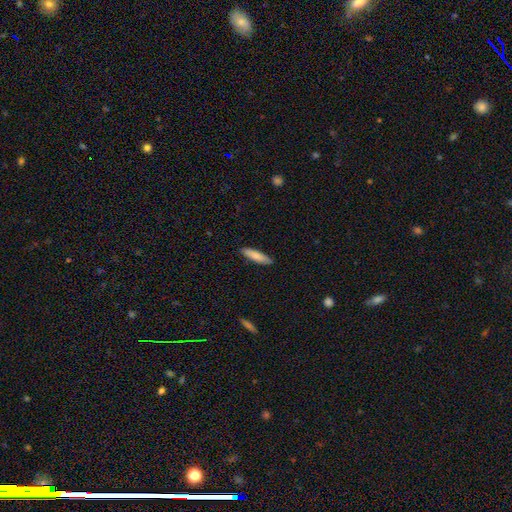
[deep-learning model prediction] smooth_or_featured: smooth (p=0.81) [alt: featured or disk p=0.13]
how_rounded: cigar-shaped (p=0.73) [alt: in between p=0.25]
merging: none (p=0.88) [alt: minor disturbance p=0.09]